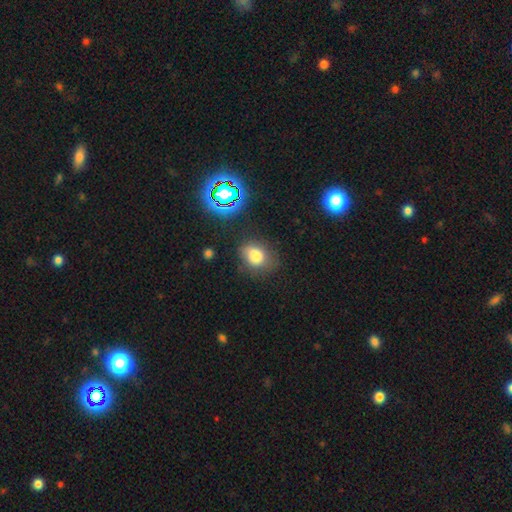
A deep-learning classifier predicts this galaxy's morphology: Smooth or featured? Predicted: smooth (p=0.76). How rounded? Predicted: in between (p=0.59). Merging? Predicted: none (p=0.66).